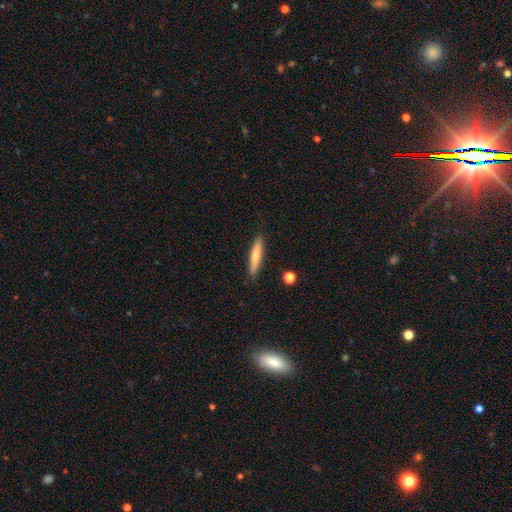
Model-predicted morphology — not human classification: The model was most divided on "smooth or featured": smooth: 65%, featured or disk: 29%, star or artifact: 6%. More confident: how rounded — cigar-shaped (88%); merging — none (87%).